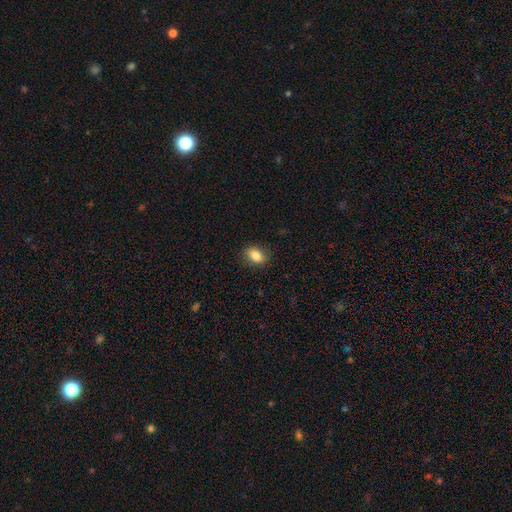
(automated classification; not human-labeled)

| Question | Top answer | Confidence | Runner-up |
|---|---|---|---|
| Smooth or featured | smooth | 84% | star or artifact (9%) |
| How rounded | in between | 73% | round (25%) |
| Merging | none | 86% | minor disturbance (11%) |